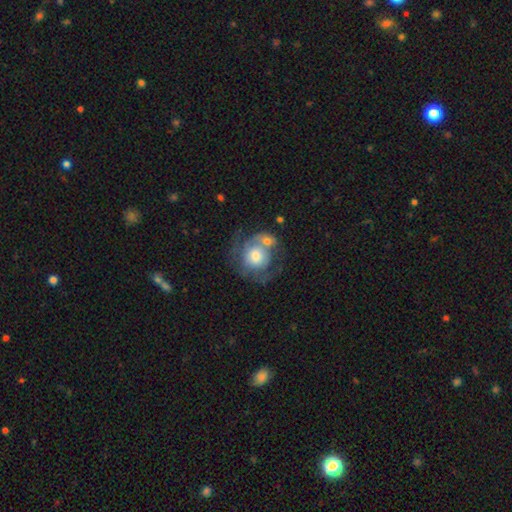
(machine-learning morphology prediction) A featured or disk galaxy (55%) with no bar (82%), spiral arms (65%) and a moderate central bulge (53%). Merging: none (34%).